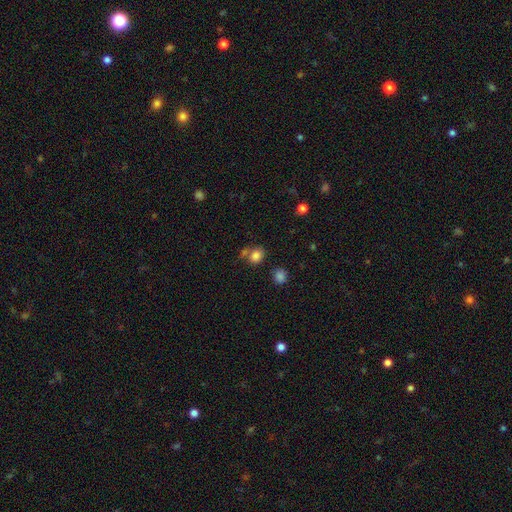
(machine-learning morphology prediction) smooth_or_featured: smooth (p=0.82) [alt: star or artifact p=0.12]
how_rounded: round (p=0.54) [alt: in between p=0.45]
merging: none (p=0.59) [alt: merger p=0.22]